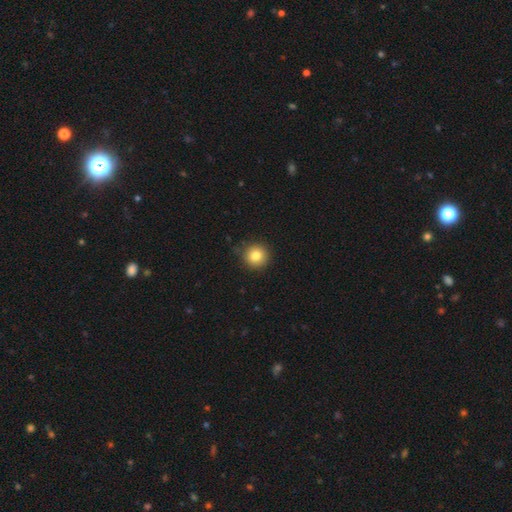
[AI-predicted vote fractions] smooth_or_featured: smooth (p=0.80) [alt: star or artifact p=0.11]
how_rounded: round (p=0.94) [alt: in between p=0.05]
merging: none (p=0.85) [alt: minor disturbance p=0.11]